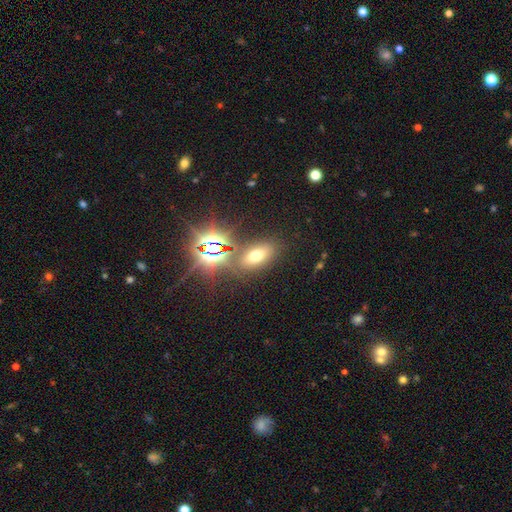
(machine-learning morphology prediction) smooth-or-featured: smooth: 54% | star or artifact: 33% | featured or disk: 13%
  how-rounded: in between: 80% | round: 12% | cigar-shaped: 8%
  merging: none: 80% | minor disturbance: 10% | merger: 6% | major disturbance: 4%